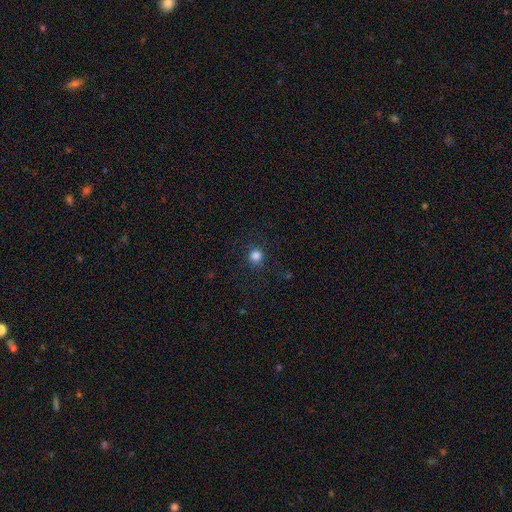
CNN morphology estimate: This is clearly a smooth galaxy (82%). How rounded: clearly round (94%). Merging: clearly none (88%).